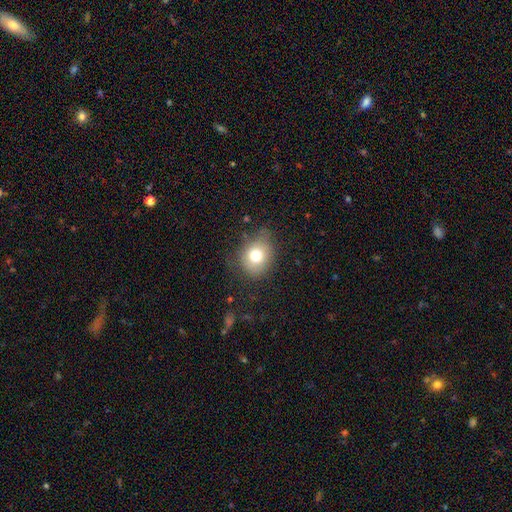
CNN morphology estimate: smooth_or_featured: smooth (p=0.75) [alt: featured or disk p=0.14]
how_rounded: round (p=0.63) [alt: in between p=0.36]
merging: none (p=0.65) [alt: minor disturbance p=0.25]